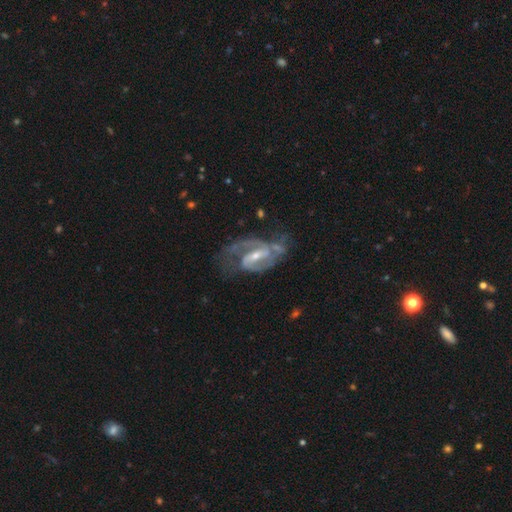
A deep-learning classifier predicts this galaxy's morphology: Smooth or featured: featured or disk — 91% (star or artifact — 5%)
Edge-on disk: no — 97% (yes — 3%)
Bar: strong — 45% (weak — 42%)
Spiral arms: yes — 97% (no — 3%)
Spiral winding: medium — 57% (tight — 25%)
Spiral arm count: 2 — 86% (can't tell — 4%)
Bulge size: small — 55% (moderate — 41%)
Merging: none — 56% (minor disturbance — 22%)